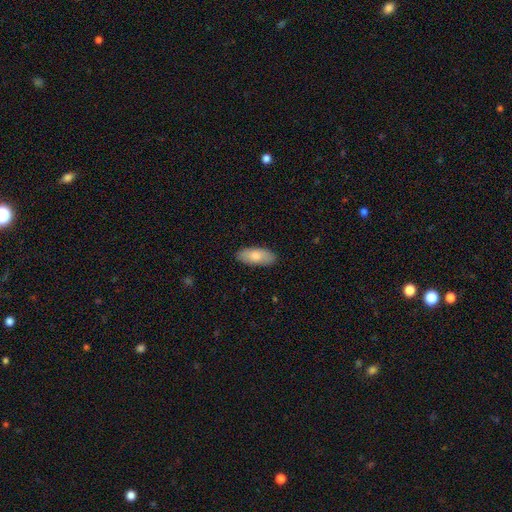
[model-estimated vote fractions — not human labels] Smooth or featured? smooth (79%)
How rounded? in between (86%)
Merging? none (86%)